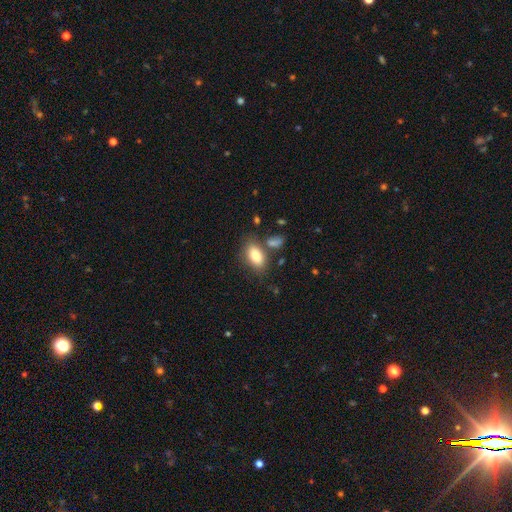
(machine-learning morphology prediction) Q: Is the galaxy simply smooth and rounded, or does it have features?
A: smooth — 83%.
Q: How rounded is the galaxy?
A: in between — 91%.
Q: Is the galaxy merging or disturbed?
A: none — 70%.